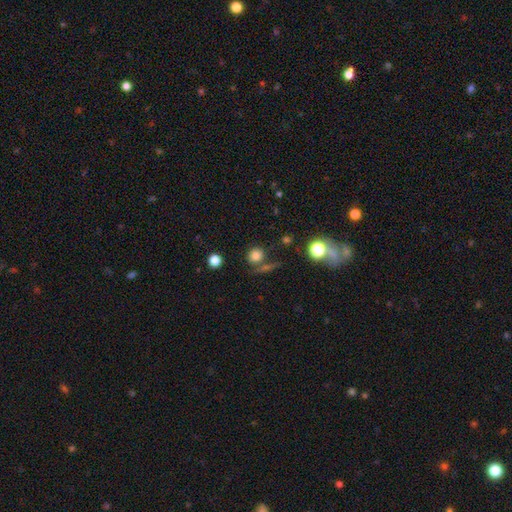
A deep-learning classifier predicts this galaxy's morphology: Smooth or featured: smooth — 79% (star or artifact — 14%)
How rounded: round — 80% (in between — 18%)
Merging: none — 68% (merger — 15%)